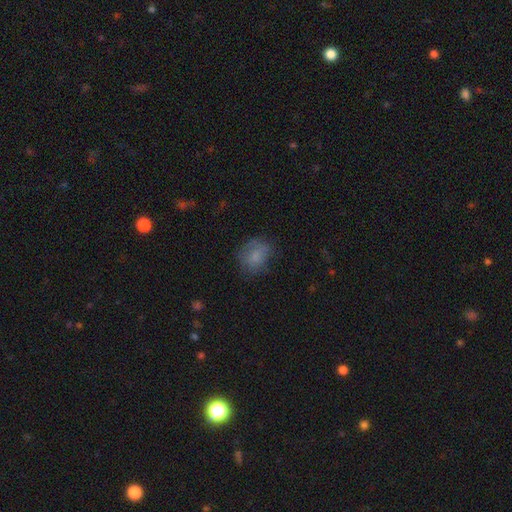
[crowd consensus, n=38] This appears to be a smooth galaxy with no disk features (71%) that is round (56%). Merging: none (64%).